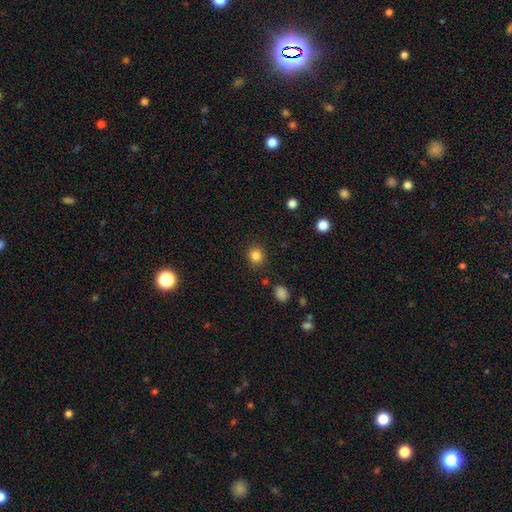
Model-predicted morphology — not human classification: Q: Smooth or featured?
A: smooth (85%); runner-up: star or artifact (11%)
Q: How rounded?
A: round (87%); runner-up: in between (12%)
Q: Merging?
A: none (86%); runner-up: minor disturbance (8%)